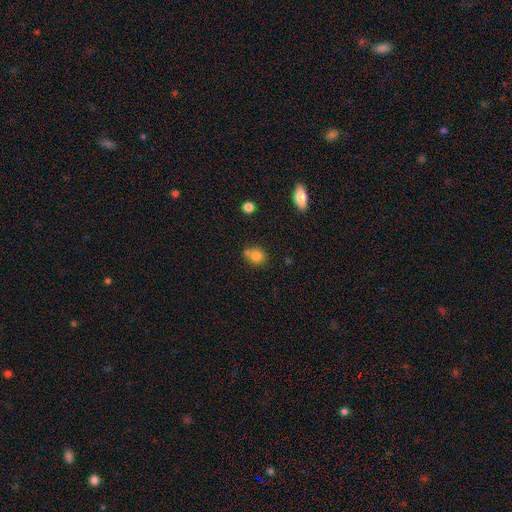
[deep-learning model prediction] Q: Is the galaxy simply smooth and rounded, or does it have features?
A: smooth — 80%.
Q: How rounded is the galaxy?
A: round — 78%.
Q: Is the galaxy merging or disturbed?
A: none — 57%.